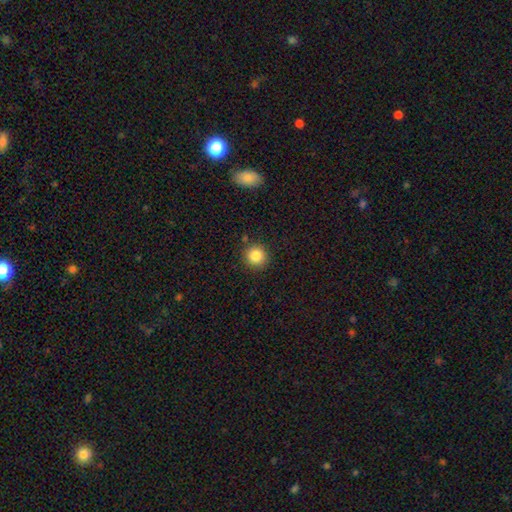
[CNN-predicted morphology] Overall: smooth (85%). How rounded: round (94%). Merging: none (88%).